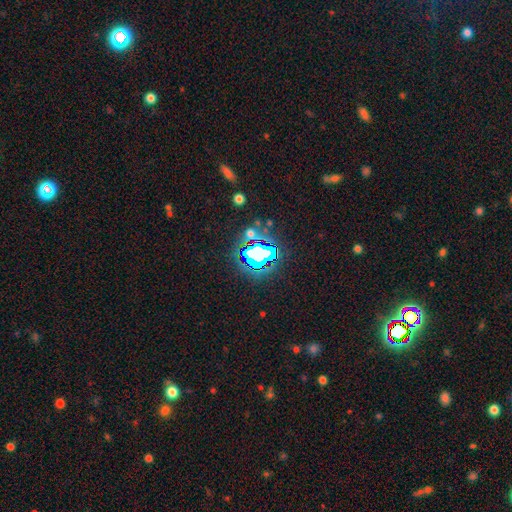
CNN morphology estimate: Smooth or featured?
  - star or artifact: 64% *
  - smooth: 21%
  - featured or disk: 15%